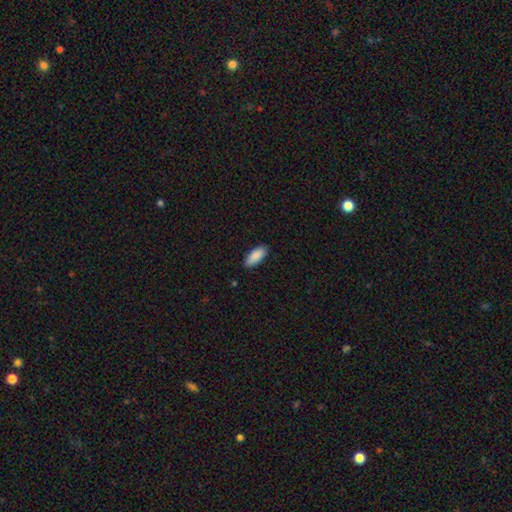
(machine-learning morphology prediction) A smooth galaxy with no disk features (90%) that is in between round and cigar-shaped (83%).

Vote fractions:
- Smooth or featured? smooth: 90% / star or artifact: 6% / featured or disk: 4%
- How rounded? in between: 83% / cigar-shaped: 16% / round: 2%
- Merging? none: 87% / minor disturbance: 10% / major disturbance: 2% / merger: 1%